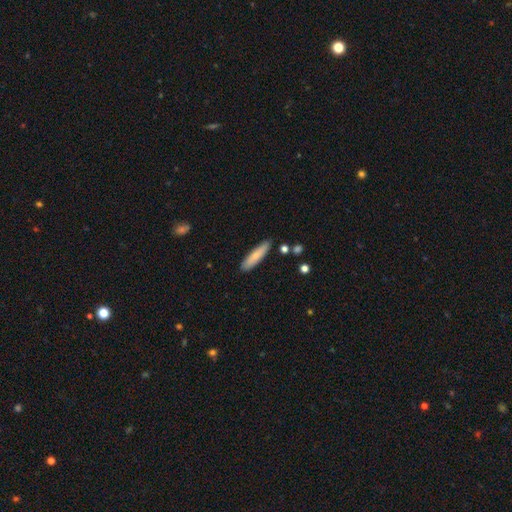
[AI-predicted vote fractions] A smooth galaxy with no disk features (78%) that is cigar-shaped (78%).

Vote fractions:
- Smooth or featured? smooth: 78% / featured or disk: 16% / star or artifact: 6%
- How rounded? cigar-shaped: 78% / in between: 21% / round: 1%
- Merging? none: 86% / minor disturbance: 10% / merger: 2% / major disturbance: 2%